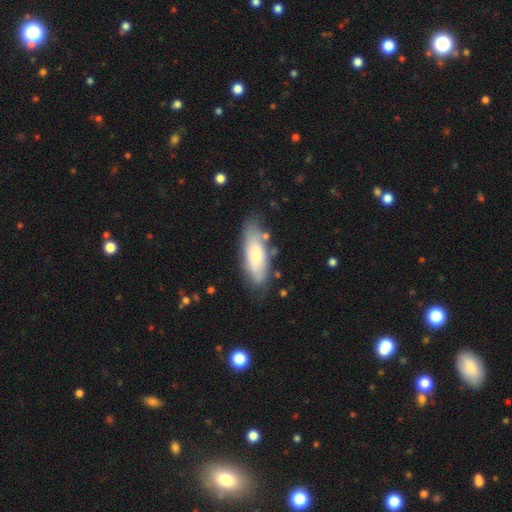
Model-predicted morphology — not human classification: This appears to be a smooth galaxy with no disk features (68%) that is in between round and cigar-shaped (67%). Merging: none (71%).